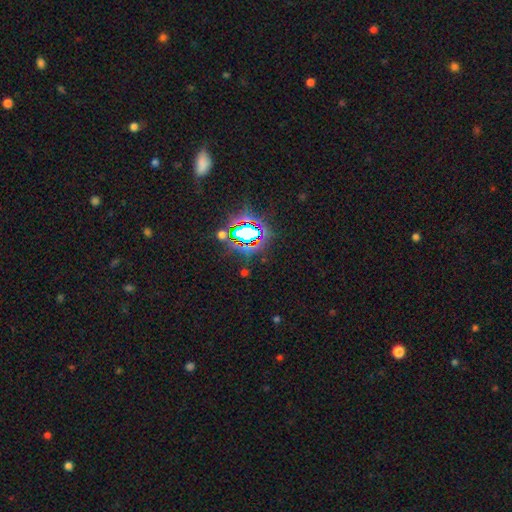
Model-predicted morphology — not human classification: smooth_or_featured: star or artifact (p=0.82) [alt: smooth p=0.11]